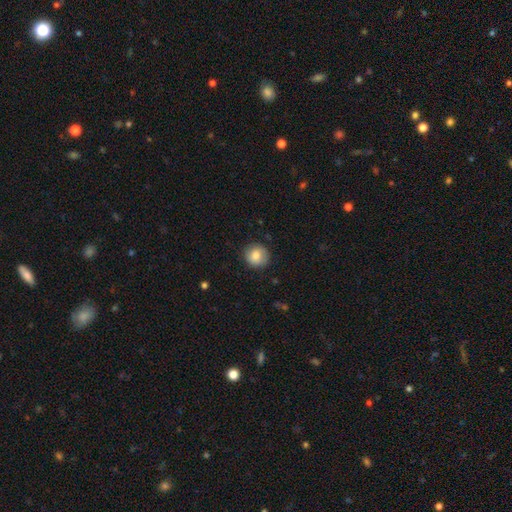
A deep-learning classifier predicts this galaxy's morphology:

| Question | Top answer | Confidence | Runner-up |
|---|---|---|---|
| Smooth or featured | smooth | 81% | featured or disk (11%) |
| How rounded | round | 91% | in between (8%) |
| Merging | none | 86% | minor disturbance (10%) |